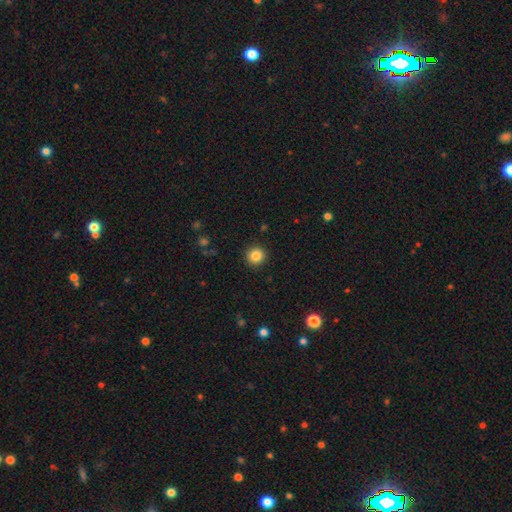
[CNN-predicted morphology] A smooth galaxy with no disk features (85%) that is round (94%).

Vote fractions:
- Smooth or featured? smooth: 85% / star or artifact: 10% / featured or disk: 5%
- How rounded? round: 94% / in between: 5% / cigar-shaped: 1%
- Merging? none: 92% / minor disturbance: 5% / major disturbance: 2% / merger: 1%